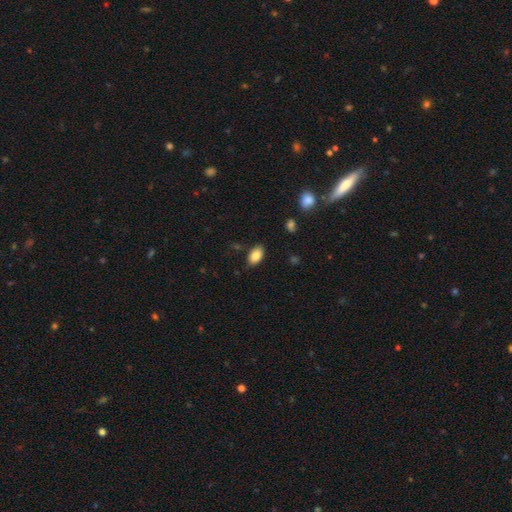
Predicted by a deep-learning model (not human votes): Smooth or featured? smooth (85%)
How rounded? in between (92%)
Merging? none (84%)